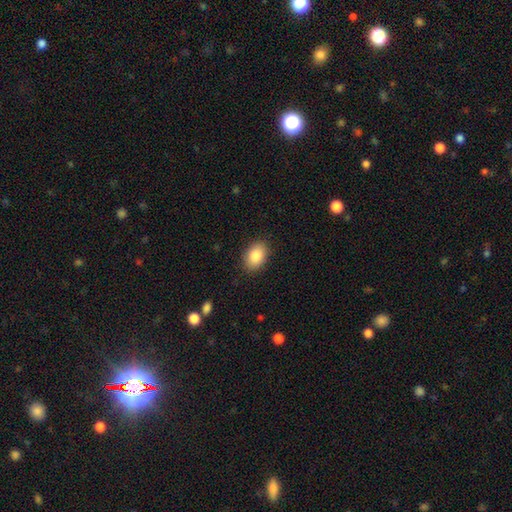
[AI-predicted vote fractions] Morphology: type=smooth (86%); roundness=in between (84%); merging=none (88%).